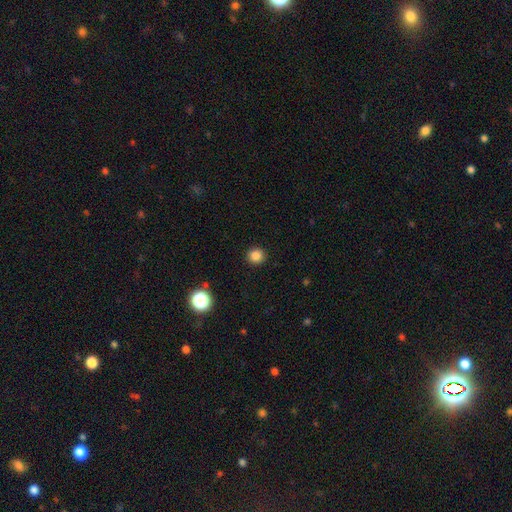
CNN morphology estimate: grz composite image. It shows a smooth galaxy with no disk features (85%) that is round (92%). Merging: none (92%).